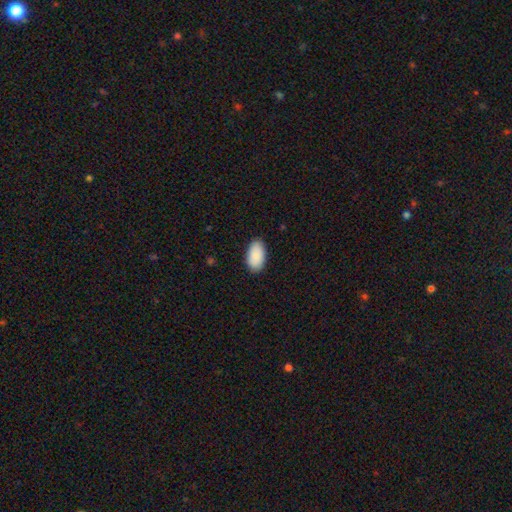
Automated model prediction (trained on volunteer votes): Smooth or featured: smooth — 91% (star or artifact — 6%)
How rounded: in between — 96% (round — 3%)
Merging: none — 87% (minor disturbance — 10%)